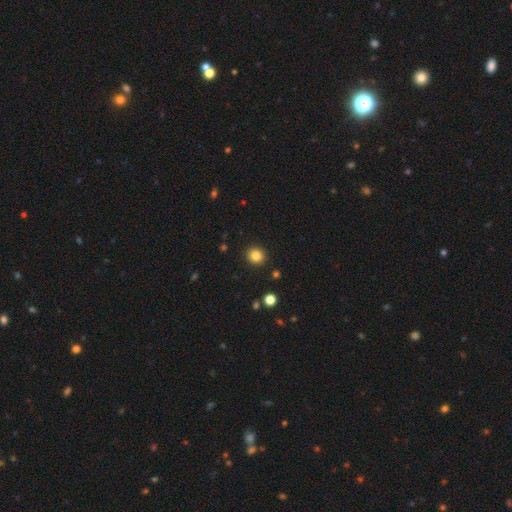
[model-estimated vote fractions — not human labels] Q: Smooth or featured?
A: smooth (84%); runner-up: star or artifact (11%)
Q: How rounded?
A: round (88%); runner-up: in between (11%)
Q: Merging?
A: none (92%); runner-up: minor disturbance (5%)